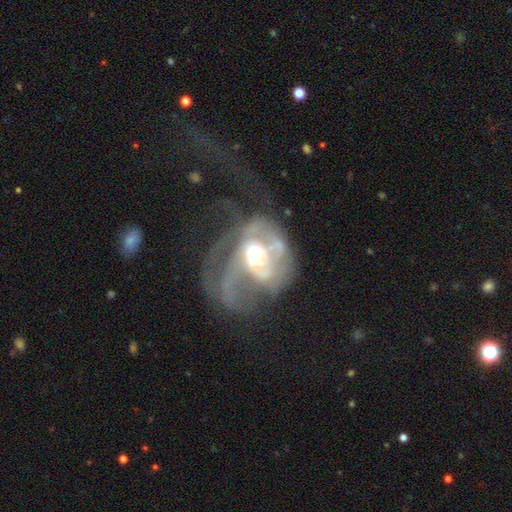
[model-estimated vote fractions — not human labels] Q: Smooth or featured?
A: featured or disk (79%); runner-up: smooth (13%)
Q: Edge-on disk?
A: no (97%); runner-up: yes (3%)
Q: Bar?
A: no (62%); runner-up: weak (29%)
Q: Spiral arms?
A: yes (77%); runner-up: no (23%)
Q: Spiral winding?
A: medium (40%); runner-up: loose (33%)
Q: Spiral arm count?
A: can't tell (30%); runner-up: 2 (27%)
Q: Bulge size?
A: moderate (58%); runner-up: large (32%)
Q: Merging?
A: major disturbance (58%); runner-up: none (22%)